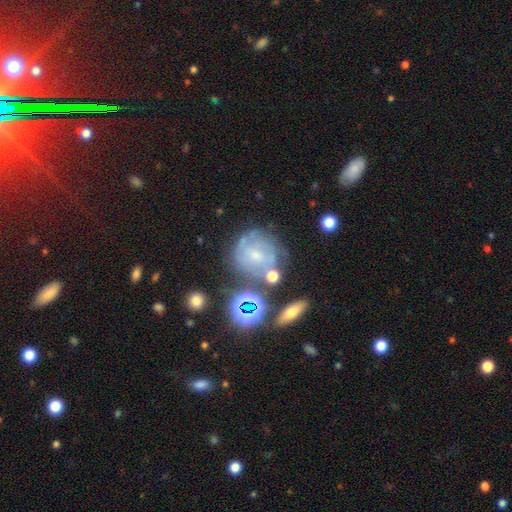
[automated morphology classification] This appears to be a featured or disk galaxy (53%) with no bar (58%), spiral arms (70%) and a small central bulge (55%). Merging: none (55%).